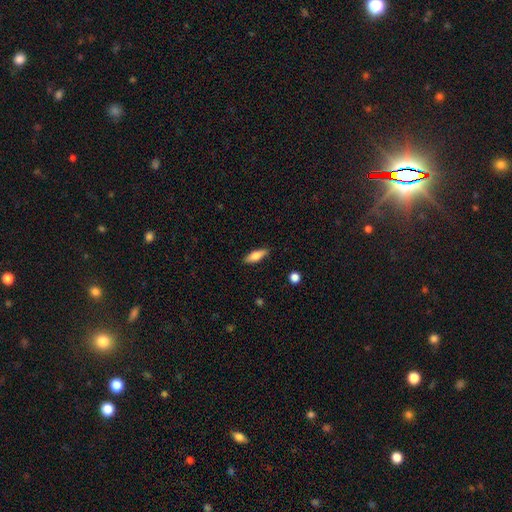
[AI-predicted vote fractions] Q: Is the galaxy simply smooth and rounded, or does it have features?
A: smooth — 69%.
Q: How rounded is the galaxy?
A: in between — 62%.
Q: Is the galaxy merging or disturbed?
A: none — 86%.